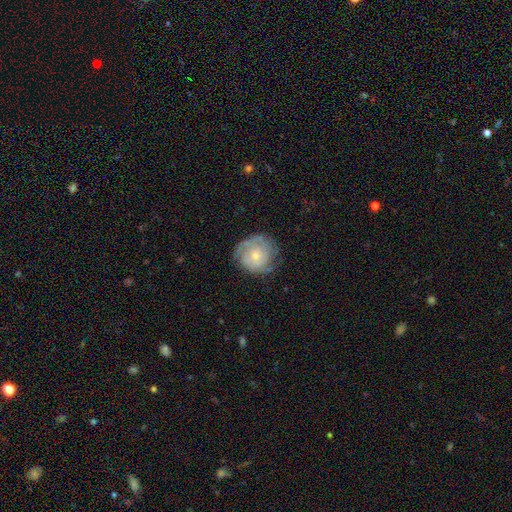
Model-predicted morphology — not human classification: This is likely a featured or disk galaxy (68%). It is clearly not viewed edge-on (98%). Bar: likely no (80%). Spiral arm pattern: clearly yes (84%). Spiral arm count: marginally can't tell (40%). Spiral winding: likely tight (66%). Central bulge: possibly small (59%). Merging: likely none (70%).